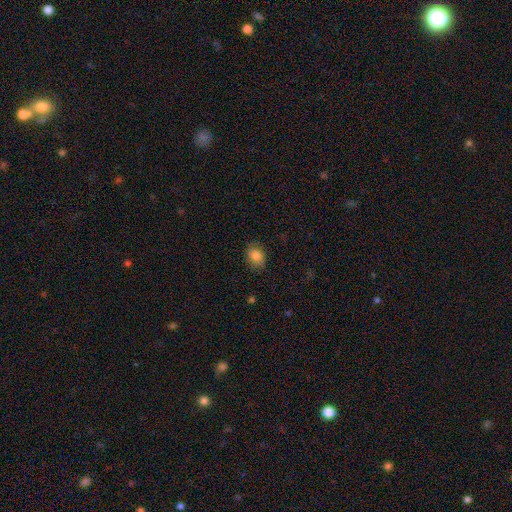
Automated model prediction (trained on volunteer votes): A smooth galaxy with no disk features (83%) that is in between round and cigar-shaped (62%). Merging: none (81%).